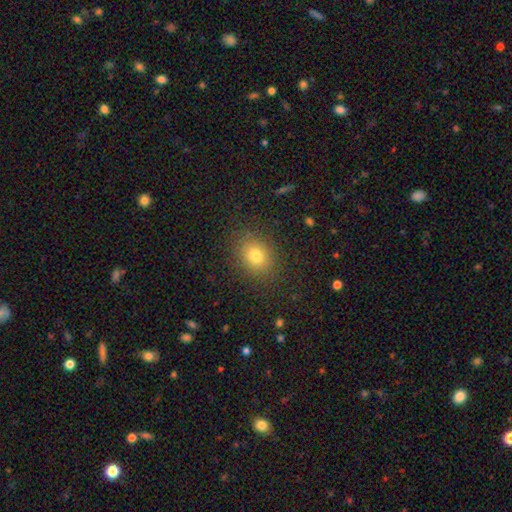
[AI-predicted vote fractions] A smooth galaxy with no disk features (77%) that is round (55%). Merging: none (86%).